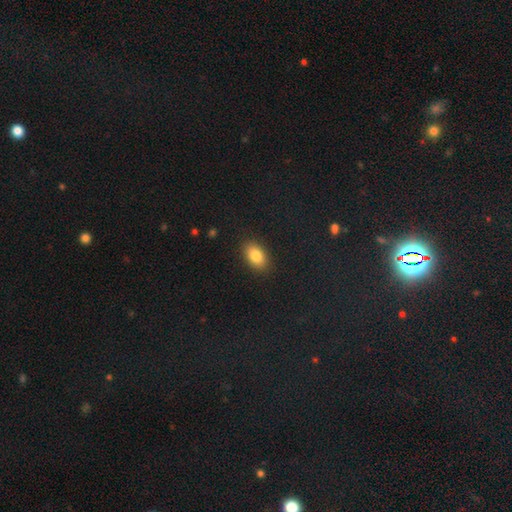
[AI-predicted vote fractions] smooth-or-featured: smooth: 84% | star or artifact: 9% | featured or disk: 8%
  how-rounded: in between: 89% | round: 9% | cigar-shaped: 2%
  merging: none: 88% | minor disturbance: 9% | major disturbance: 2% | merger: 1%